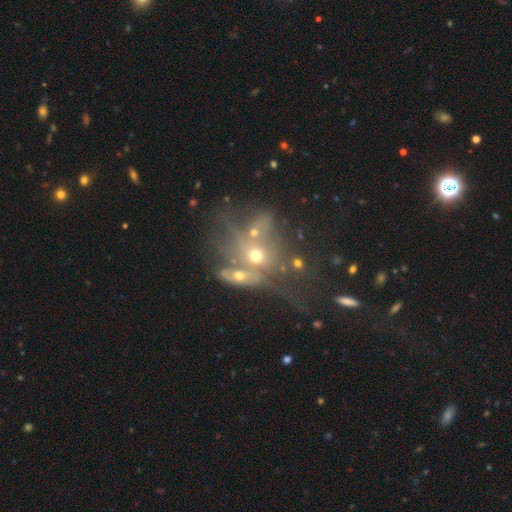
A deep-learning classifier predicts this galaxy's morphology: A smooth galaxy with no disk features (44%). Merging: merger (56%).